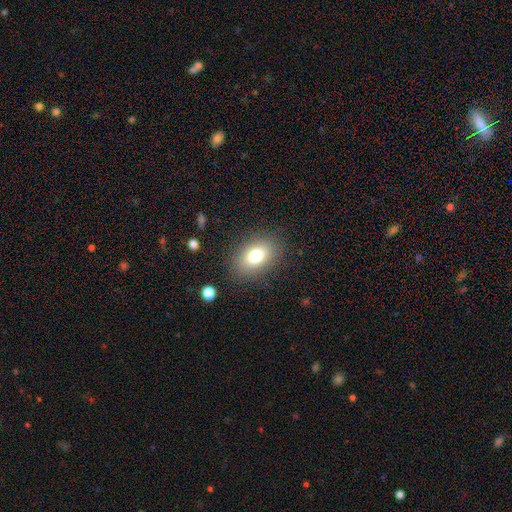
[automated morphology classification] type=smooth (75%); roundness=in between (75%); merging=none (84%).